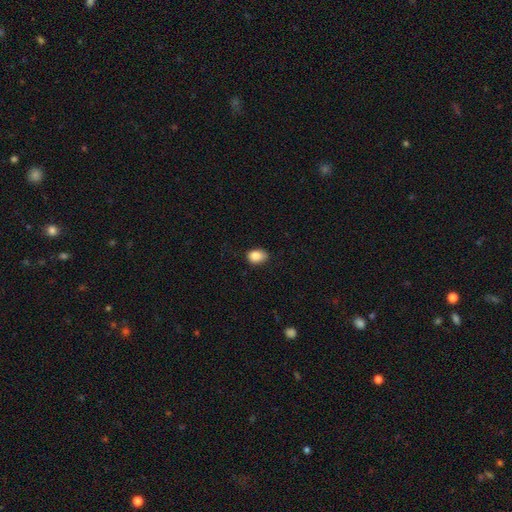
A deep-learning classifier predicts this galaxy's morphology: A smooth galaxy with no disk features (87%) that is in between round and cigar-shaped (73%). Merging: none (73%).